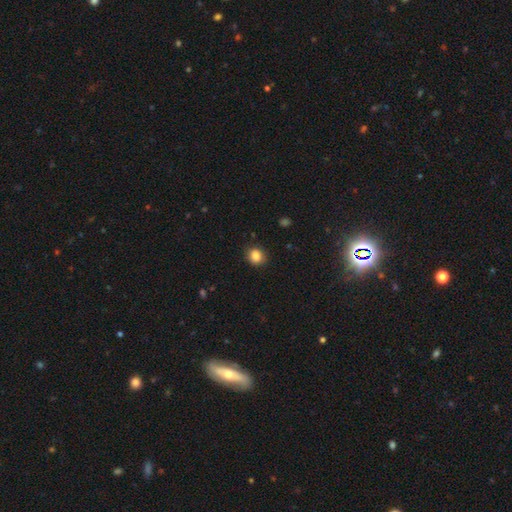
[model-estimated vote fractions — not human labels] Smooth or featured? smooth (86%)
How rounded? round (72%)
Merging? none (87%)